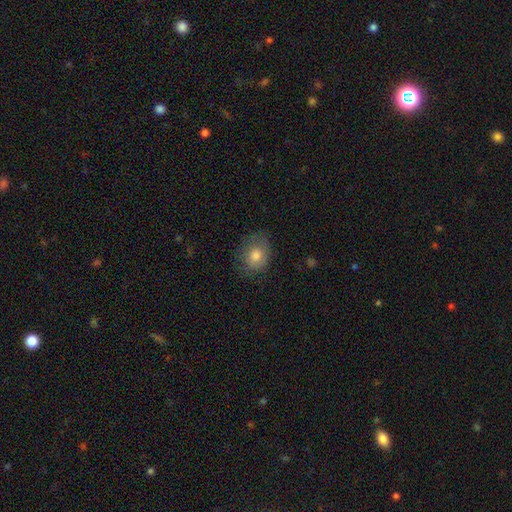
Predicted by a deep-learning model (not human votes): Overall: smooth (78%). How rounded: round (50%; in between 49%). Merging: none (71%).